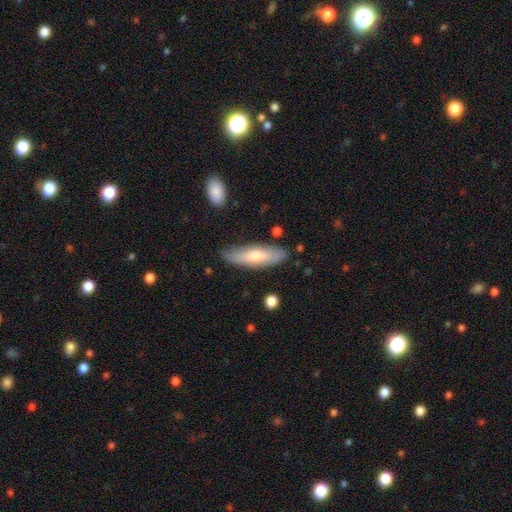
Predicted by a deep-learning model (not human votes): Smooth or featured: smooth — 66% (featured or disk — 29%)
How rounded: cigar-shaped — 62% (in between — 37%)
Merging: none — 80% (minor disturbance — 15%)